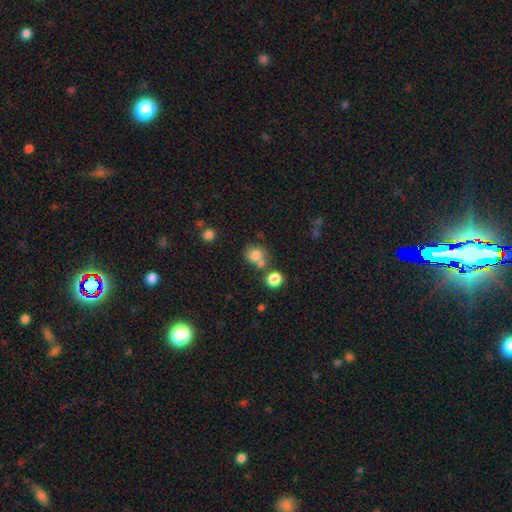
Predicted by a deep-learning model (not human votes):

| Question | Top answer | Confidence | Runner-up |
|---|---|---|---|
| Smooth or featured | smooth | 77% | star or artifact (12%) |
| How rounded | round | 72% | in between (28%) |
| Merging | none | 50% | merger (32%) |